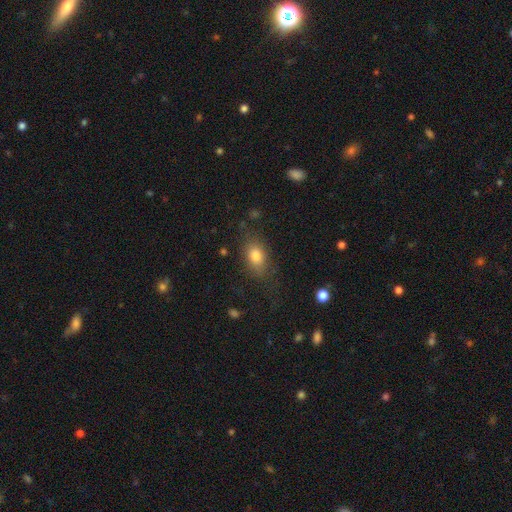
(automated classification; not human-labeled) Q: Smooth or featured?
A: smooth (79%); runner-up: featured or disk (12%)
Q: How rounded?
A: in between (78%); runner-up: round (18%)
Q: Merging?
A: none (73%); runner-up: minor disturbance (17%)